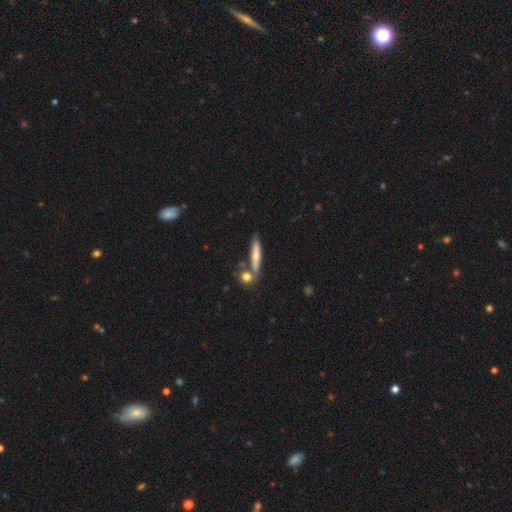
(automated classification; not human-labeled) smooth_or_featured: smooth (p=0.56) [alt: featured or disk p=0.38]
how_rounded: cigar-shaped (p=0.86) [alt: in between p=0.11]
merging: none (p=0.72) [alt: merger p=0.14]